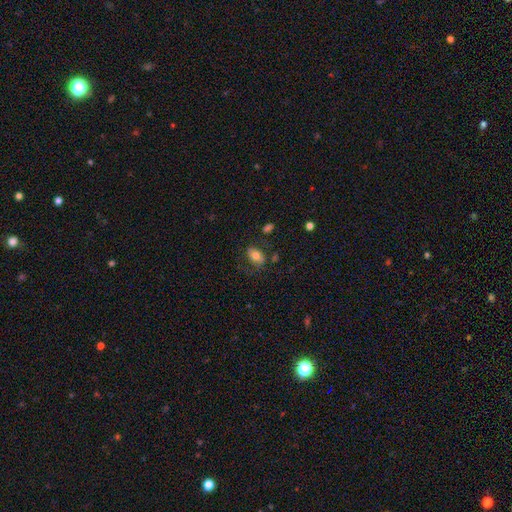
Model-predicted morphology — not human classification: This is likely a smooth galaxy (72%). How rounded: clearly in between (87%). Merging: likely none (69%).